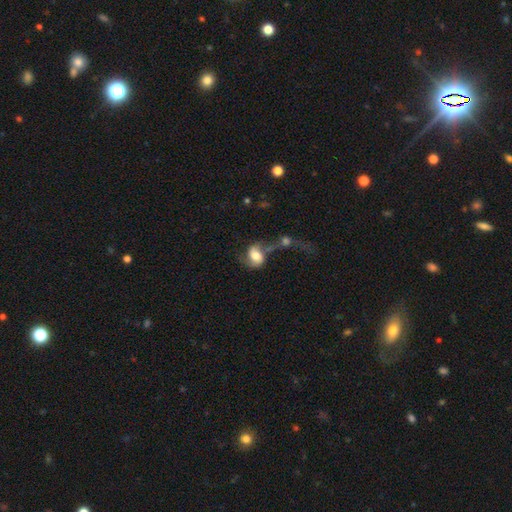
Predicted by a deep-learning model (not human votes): Smooth or featured? Predicted: featured or disk (p=0.49). Merging? Predicted: merger (p=0.45).